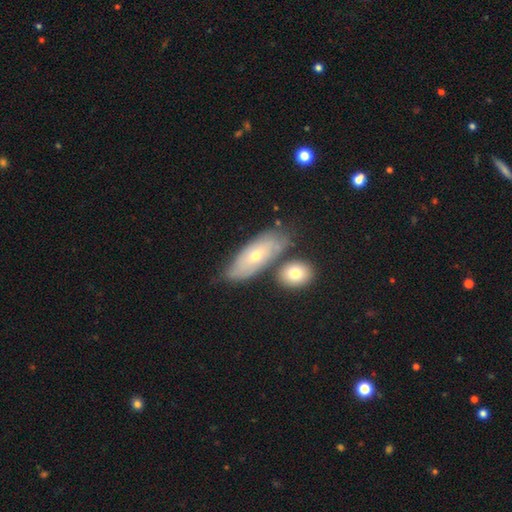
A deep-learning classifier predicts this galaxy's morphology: Smooth or featured? featured or disk (47%)
Merging? none (63%)